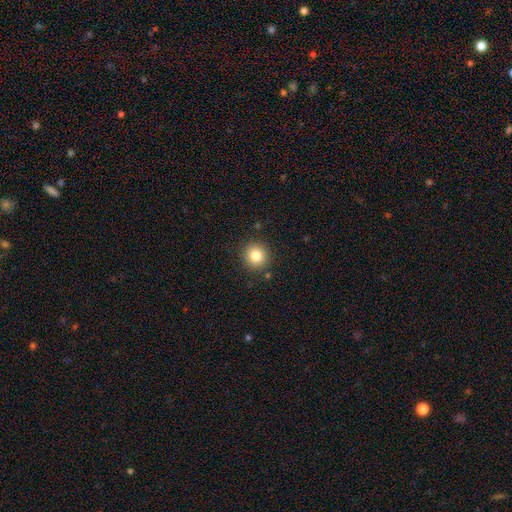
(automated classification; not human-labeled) The model was most divided on "smooth or featured": smooth: 82%, star or artifact: 11%, featured or disk: 7%. More confident: how rounded — round (92%); merging — none (88%).